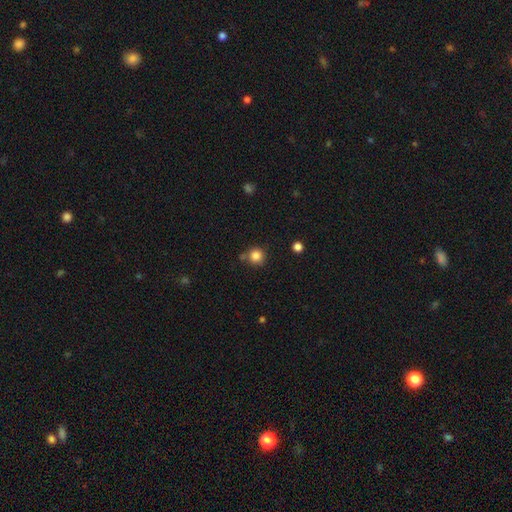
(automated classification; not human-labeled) Q: Smooth or featured?
A: smooth (84%); runner-up: star or artifact (11%)
Q: How rounded?
A: round (93%); runner-up: in between (6%)
Q: Merging?
A: none (75%); runner-up: minor disturbance (12%)